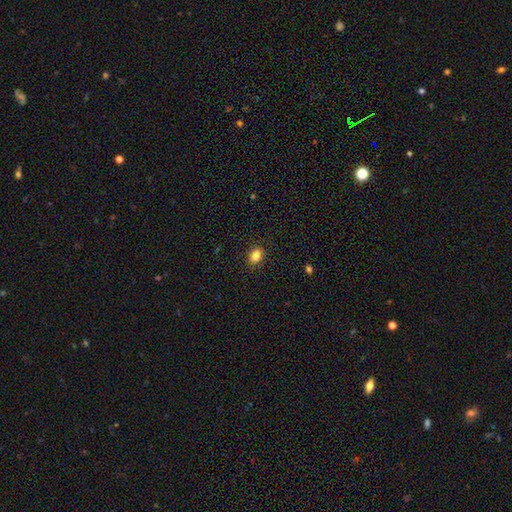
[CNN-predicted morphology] type=smooth (84%); roundness=in between (62%); merging=none (88%).